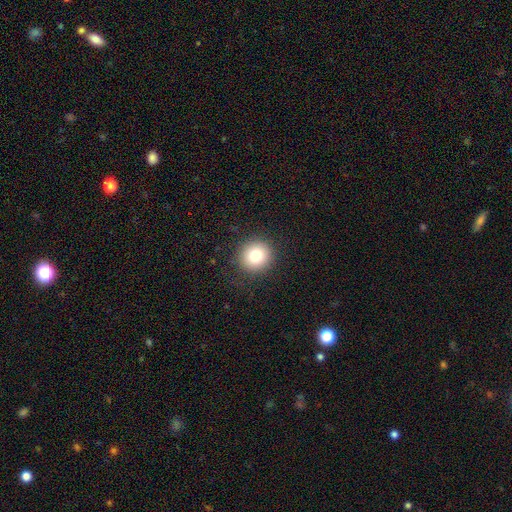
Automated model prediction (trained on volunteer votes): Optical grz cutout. It shows a smooth galaxy with no disk features (80%) that is round (92%). Merging: none (90%).